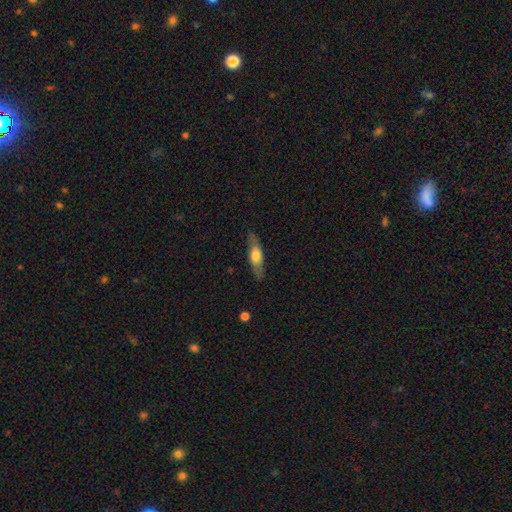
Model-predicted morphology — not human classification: Q: Smooth or featured?
A: smooth (51%); runner-up: featured or disk (43%)
Q: How rounded?
A: cigar-shaped (59%); runner-up: in between (38%)
Q: Merging?
A: none (83%); runner-up: minor disturbance (13%)